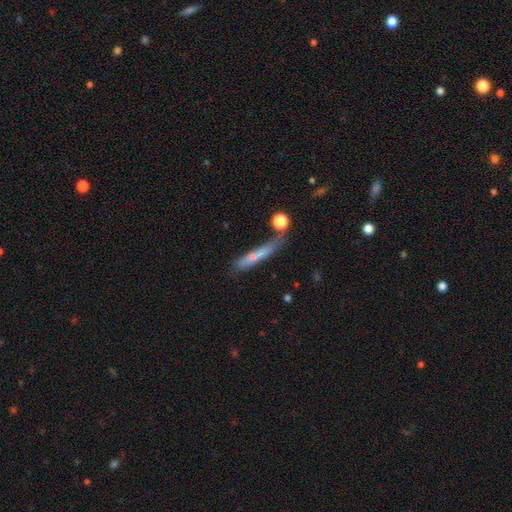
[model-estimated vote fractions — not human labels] Q: Smooth or featured?
A: smooth (59%); runner-up: featured or disk (32%)
Q: How rounded?
A: cigar-shaped (89%); runner-up: in between (8%)
Q: Merging?
A: none (52%); runner-up: minor disturbance (23%)